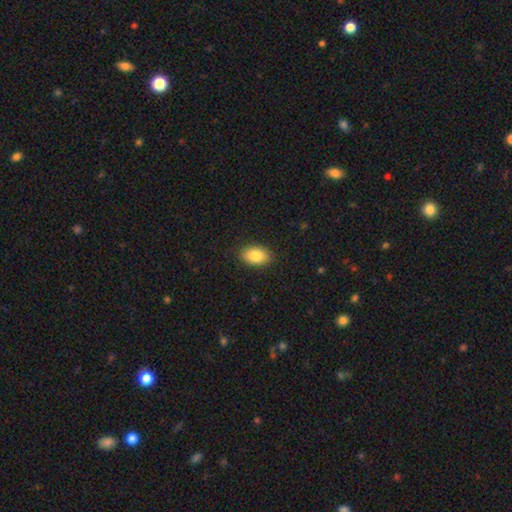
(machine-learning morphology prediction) smooth 85%, featured or disk 8%, star or artifact 7%. Down the decision tree: how rounded — in between (90%); merging — none (88%).